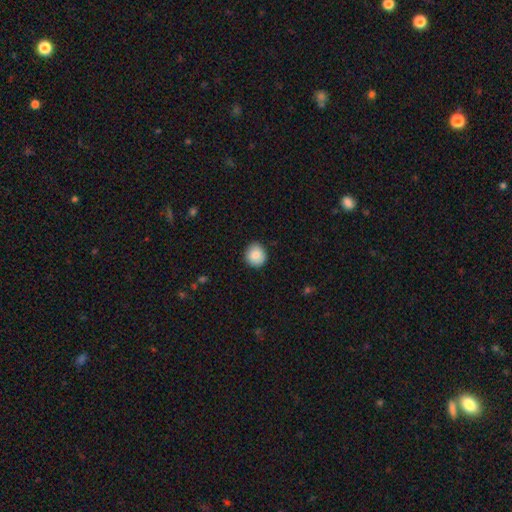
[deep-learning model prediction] A smooth galaxy with no disk features (86%) that is round (83%). Merging: none (87%).